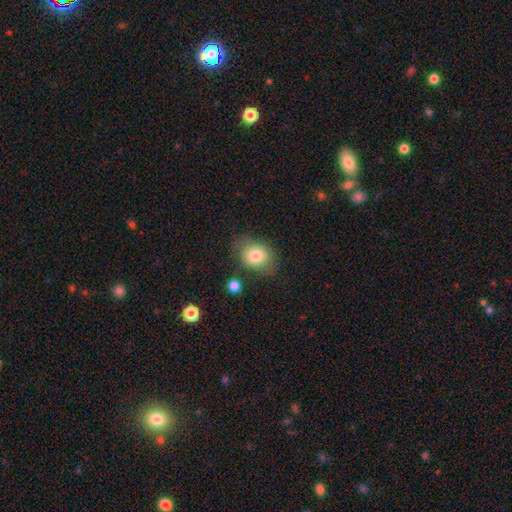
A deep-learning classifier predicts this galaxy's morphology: Smooth or featured? Predicted: smooth (p=0.79). How rounded? Predicted: in between (p=0.51). Merging? Predicted: none (p=0.67).